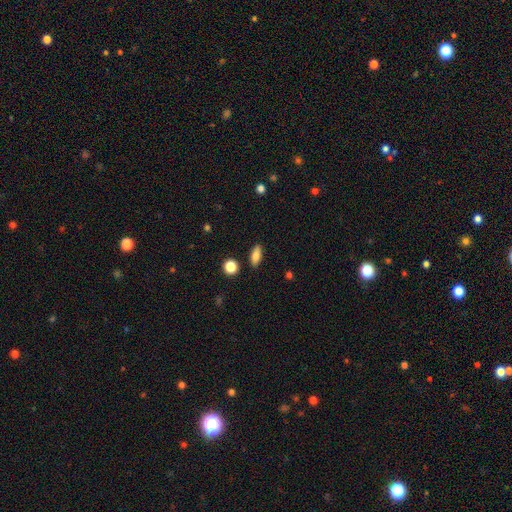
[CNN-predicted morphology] A smooth galaxy with no disk features (82%) that is in between round and cigar-shaped (76%).

Vote fractions:
- Smooth or featured? smooth: 82% / featured or disk: 10% / star or artifact: 8%
- How rounded? in between: 76% / cigar-shaped: 19% / round: 5%
- Merging? none: 87% / minor disturbance: 8% / major disturbance: 2% / merger: 2%